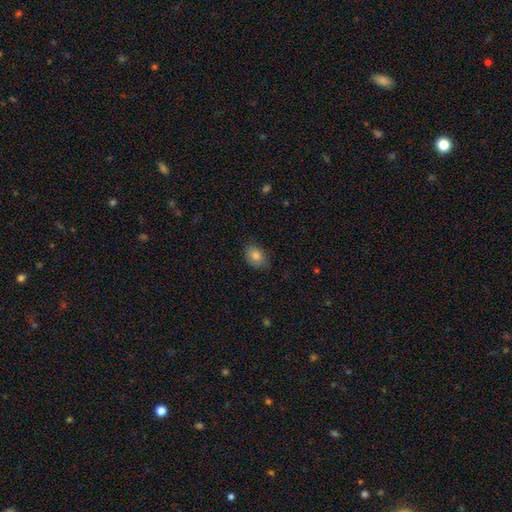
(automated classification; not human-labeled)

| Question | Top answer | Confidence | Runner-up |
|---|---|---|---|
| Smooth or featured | smooth | 83% | featured or disk (9%) |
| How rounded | in between | 75% | round (24%) |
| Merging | none | 78% | minor disturbance (18%) |